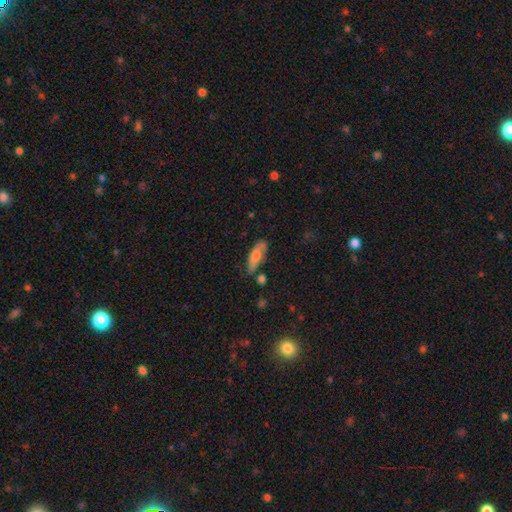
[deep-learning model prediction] This is likely a smooth galaxy (67%). How rounded: possibly in between (54%). Merging: possibly none (58%).